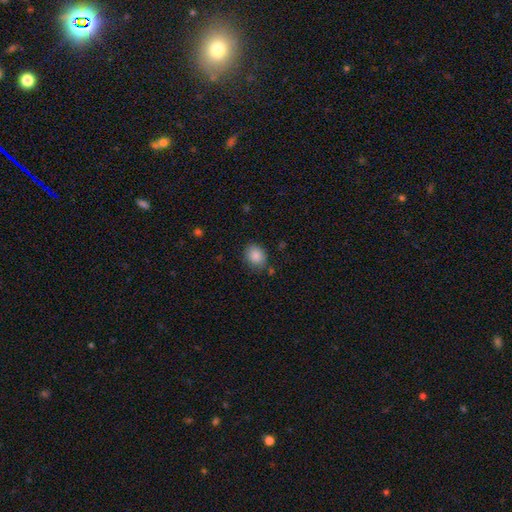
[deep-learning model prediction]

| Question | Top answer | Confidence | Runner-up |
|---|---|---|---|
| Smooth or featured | smooth | 87% | star or artifact (8%) |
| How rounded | round | 58% | in between (42%) |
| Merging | none | 78% | minor disturbance (15%) |